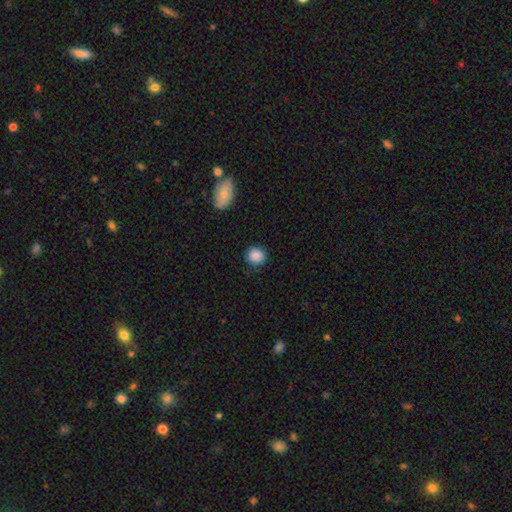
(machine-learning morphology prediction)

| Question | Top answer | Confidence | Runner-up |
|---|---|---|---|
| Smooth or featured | smooth | 88% | star or artifact (9%) |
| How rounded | round | 82% | in between (17%) |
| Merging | none | 85% | minor disturbance (11%) |